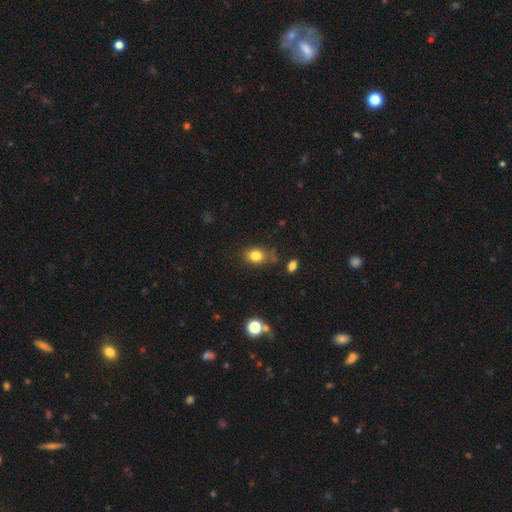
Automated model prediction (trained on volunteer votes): smooth_or_featured: smooth (p=0.81) [alt: star or artifact p=0.11]
how_rounded: in between (p=0.62) [alt: round p=0.36]
merging: none (p=0.68) [alt: minor disturbance p=0.21]